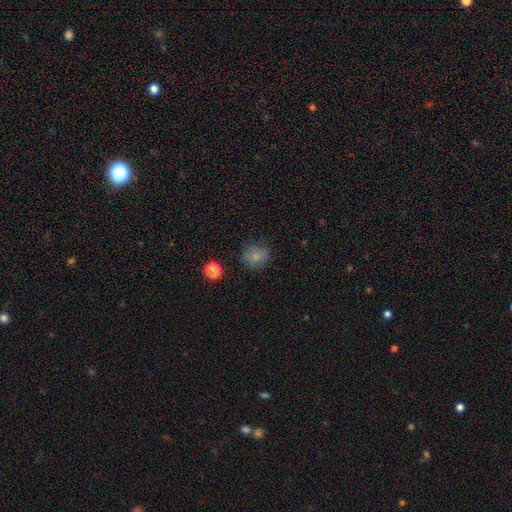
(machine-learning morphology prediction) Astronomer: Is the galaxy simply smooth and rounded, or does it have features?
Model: smooth — 79%.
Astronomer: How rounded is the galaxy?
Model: round — 80%.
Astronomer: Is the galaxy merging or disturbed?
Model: none — 79%.